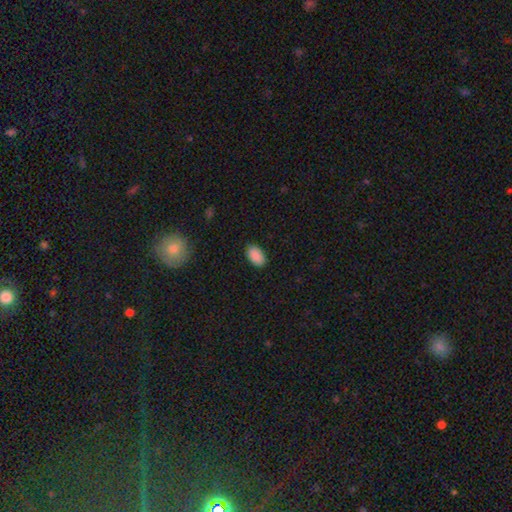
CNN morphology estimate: Smooth or featured: smooth — 90% (star or artifact — 8%)
How rounded: in between — 93% (round — 5%)
Merging: none — 88% (minor disturbance — 9%)